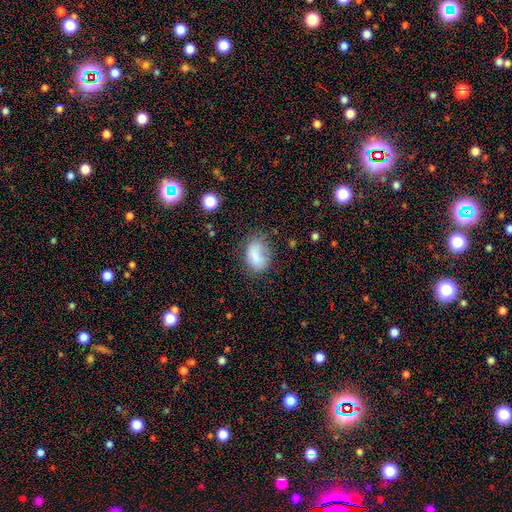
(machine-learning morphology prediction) This appears to be a smooth galaxy with no disk features (76%) that is in between round and cigar-shaped (80%). Merging: none (49%).